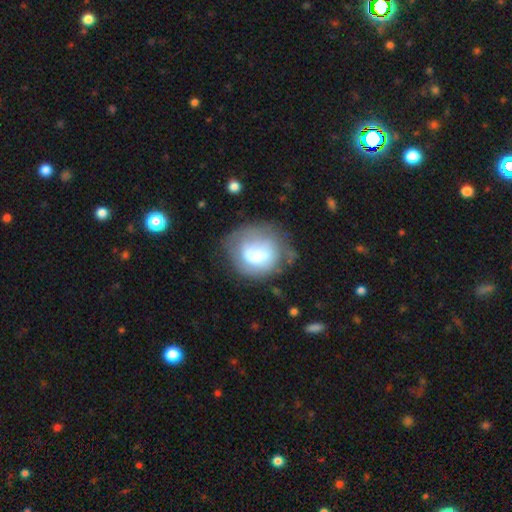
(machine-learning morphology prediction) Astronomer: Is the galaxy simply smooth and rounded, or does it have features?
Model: smooth — 52% (runner-up: featured or disk, 39%).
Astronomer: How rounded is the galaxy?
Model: round — 71%.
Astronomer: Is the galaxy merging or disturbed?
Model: none — 51% (runner-up: minor disturbance, 27%).